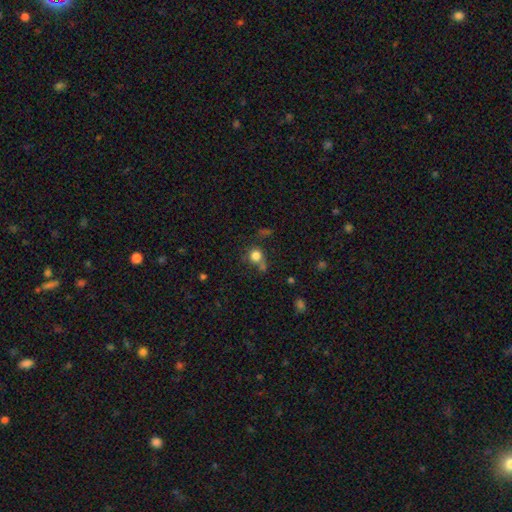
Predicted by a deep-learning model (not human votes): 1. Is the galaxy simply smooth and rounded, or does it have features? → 80% smooth, 13% star or artifact, 7% featured or disk.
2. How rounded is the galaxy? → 85% round, 14% in between, 1% cigar-shaped.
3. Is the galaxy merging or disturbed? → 55% none, 18% minor disturbance, 17% merger, 10% major disturbance.